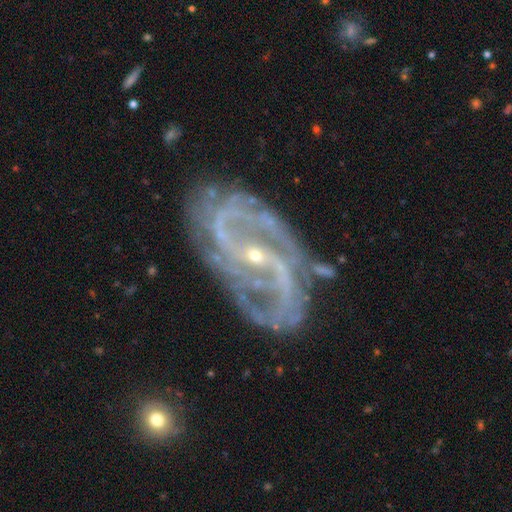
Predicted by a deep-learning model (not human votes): The model was most divided on "bar": strong: 36%, weak: 35%, no: 30%. More confident: spiral arms — yes (98%); edge-on disk — no (97%); smooth or featured — featured or disk (92%); bulge size — small (84%); spiral arm count — 2 (70%); merging — none (68%); spiral winding — medium (52%).